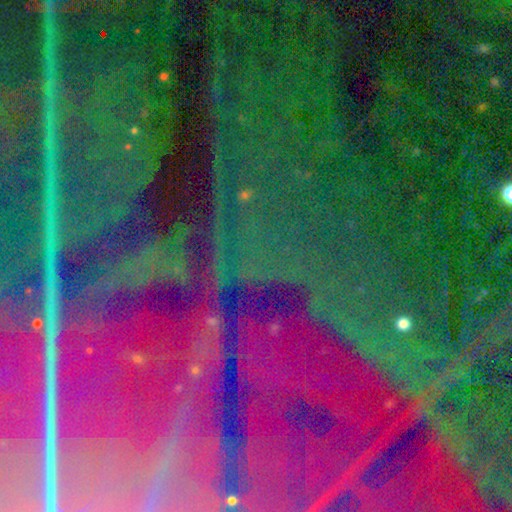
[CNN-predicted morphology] smooth_or_featured: star or artifact (p=0.88) [alt: featured or disk p=0.06]